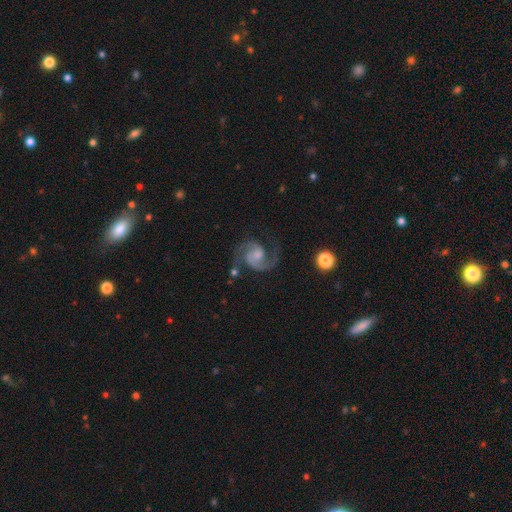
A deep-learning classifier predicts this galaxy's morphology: Smooth or featured: featured or disk — 90% (smooth — 5%)
Edge-on disk: no — 98% (yes — 2%)
Bar: no — 55% (weak — 38%)
Spiral arms: yes — 98% (no — 2%)
Spiral winding: medium — 59% (loose — 24%)
Spiral arm count: 2 — 92% (1 — 3%)
Bulge size: none — 31% (moderate — 29%)
Merging: none — 70% (minor disturbance — 16%)